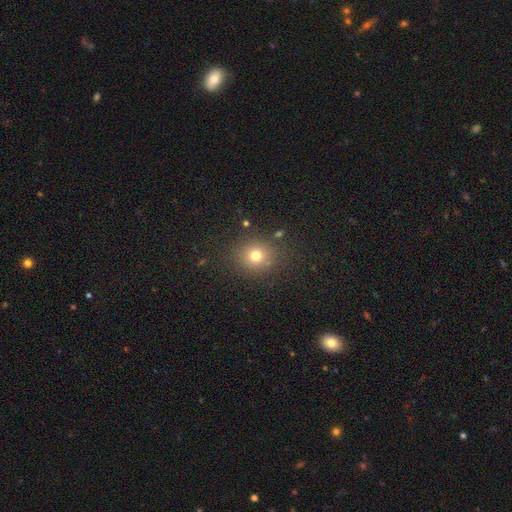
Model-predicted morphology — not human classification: Overall: smooth (74%). How rounded: round (85%). Merging: none (85%).